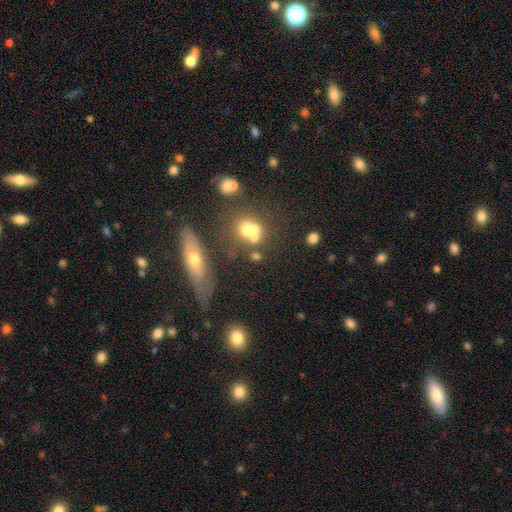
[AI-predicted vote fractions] This appears to be a smooth galaxy with no disk features (55%) that is round (62%). Merging: none (45%).